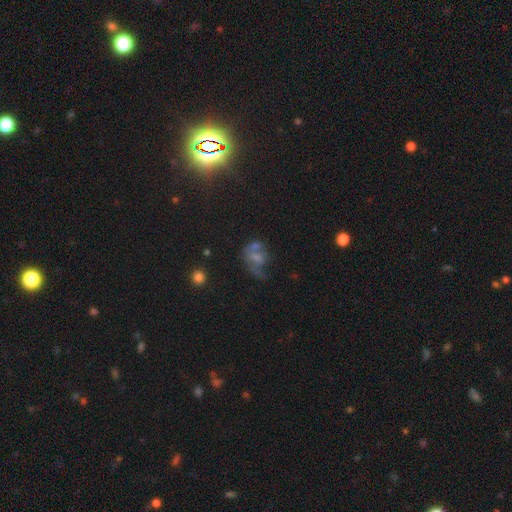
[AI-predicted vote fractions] featured or disk 38%, smooth 36%, star or artifact 26%. Down the decision tree: merging — major disturbance (34%).